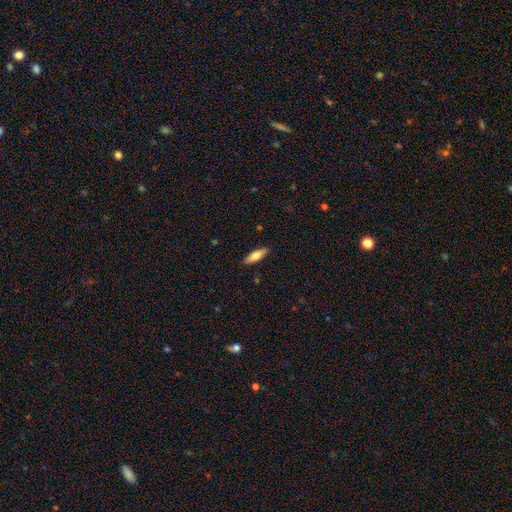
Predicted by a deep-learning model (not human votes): This is likely a smooth galaxy (74%). How rounded: possibly in between (54%). Merging: clearly none (88%).